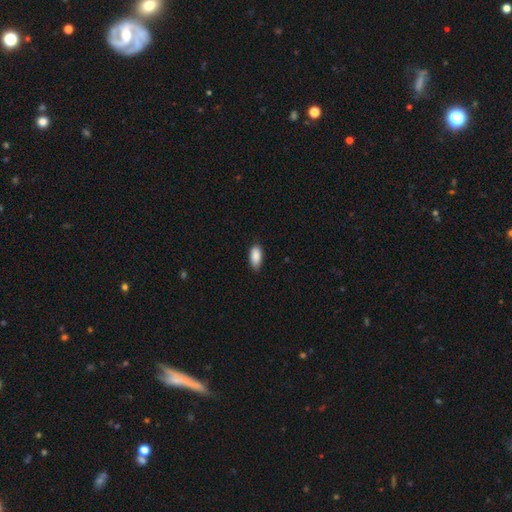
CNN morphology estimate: smooth_or_featured: smooth (p=0.88) [alt: star or artifact p=0.07]
how_rounded: in between (p=0.89) [alt: cigar-shaped p=0.08]
merging: none (p=0.79) [alt: minor disturbance p=0.18]